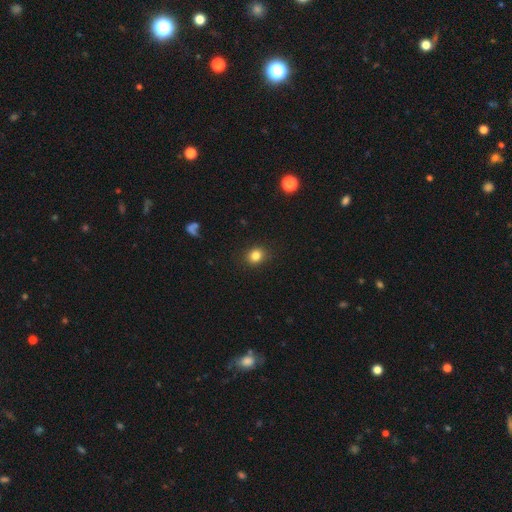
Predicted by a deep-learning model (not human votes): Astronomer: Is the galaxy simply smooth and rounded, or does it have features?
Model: smooth — 83%.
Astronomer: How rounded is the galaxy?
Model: round — 68%.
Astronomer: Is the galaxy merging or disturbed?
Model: none — 89%.